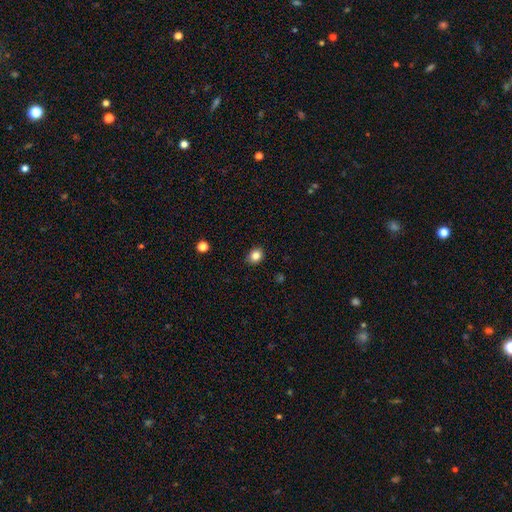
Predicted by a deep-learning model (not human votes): Smooth or featured?
  - smooth: 83% *
  - star or artifact: 11%
  - featured or disk: 6%
How rounded?
  - round: 65% *
  - in between: 34%
  - cigar-shaped: 1%
Merging?
  - none: 89% *
  - minor disturbance: 8%
  - major disturbance: 2%
  - merger: 1%